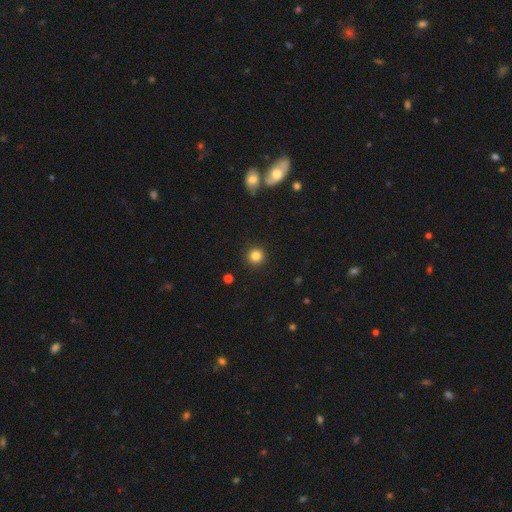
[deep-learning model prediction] A smooth galaxy with no disk features (84%) that is round (95%).

Vote fractions:
- Smooth or featured? smooth: 84% / star or artifact: 12% / featured or disk: 4%
- How rounded? round: 95% / in between: 4% / cigar-shaped: 1%
- Merging? none: 92% / minor disturbance: 5% / major disturbance: 2% / merger: 1%